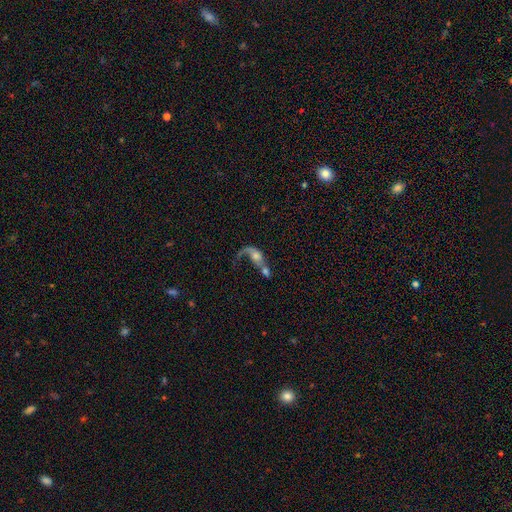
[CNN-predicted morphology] smooth-or-featured: featured or disk: 57% | smooth: 33% | star or artifact: 10%
  disk-edge-on: no: 93% | yes: 7%
    bar: no: 73% | weak: 22% | strong: 6%
    has-spiral-arms: yes: 69% | no: 31%
    bulge-size: moderate: 43% | small: 24% | large: 19% | none: 11% | dominant: 4%
  merging: merger: 58% | major disturbance: 22% | none: 13% | minor disturbance: 7%